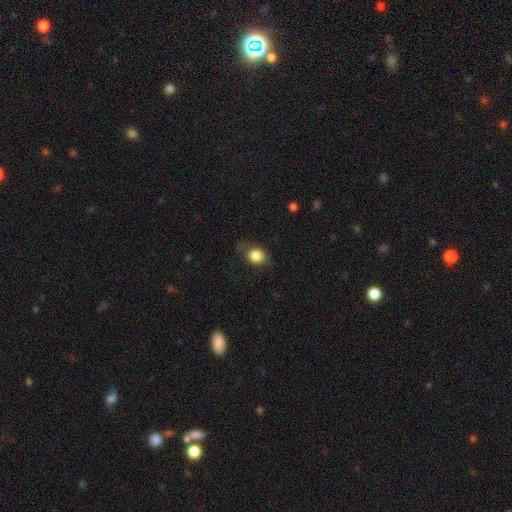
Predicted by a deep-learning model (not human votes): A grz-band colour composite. It shows a smooth galaxy with no disk features (83%) that is round (57%). Merging: none (65%).